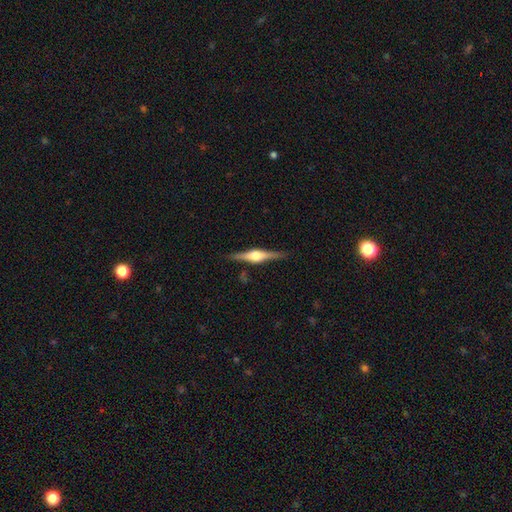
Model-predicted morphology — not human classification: Smooth or featured?
  - featured or disk: 79% *
  - smooth: 15%
  - star or artifact: 6%
Edge-on disk?
  - yes: 98% *
  - no: 2%
Edge-on bulge?
  - rounded: 92% *
  - boxy: 6%
  - none: 2%
Merging?
  - none: 89% *
  - minor disturbance: 8%
  - major disturbance: 2%
  - merger: 1%